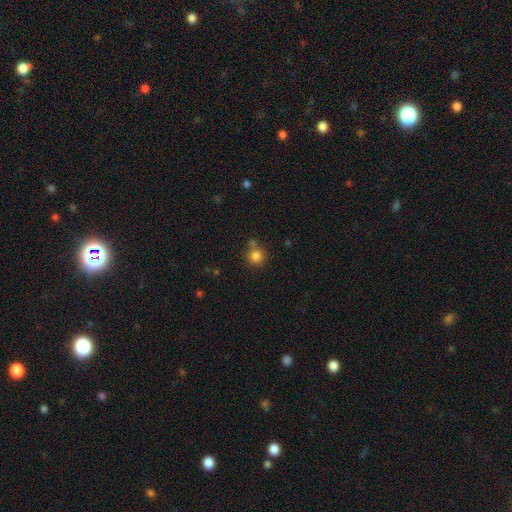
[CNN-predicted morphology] Smooth or featured: smooth — 82% (star or artifact — 12%)
How rounded: round — 93% (in between — 6%)
Merging: none — 71% (merger — 15%)